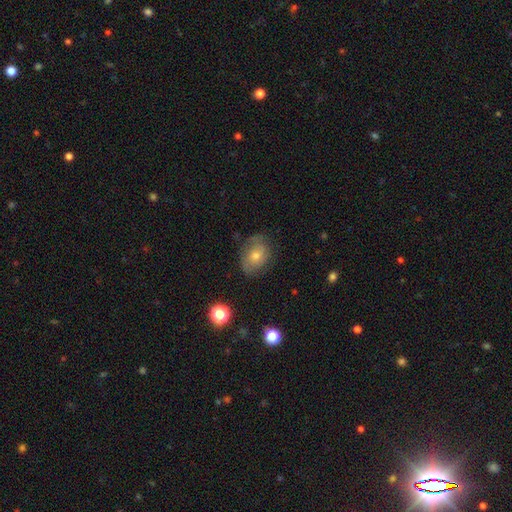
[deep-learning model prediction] Smooth or featured: featured or disk — 45% (smooth — 42%)
Merging: none — 73% (minor disturbance — 19%)